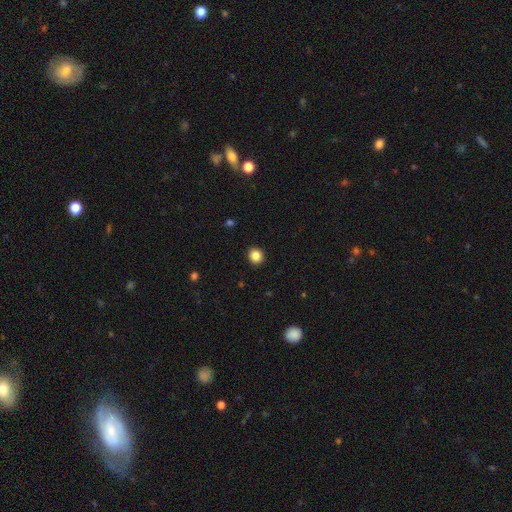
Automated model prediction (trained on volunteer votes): Smooth or featured?
  - smooth: 86% *
  - star or artifact: 11%
  - featured or disk: 4%
How rounded?
  - round: 84% *
  - in between: 15%
  - cigar-shaped: 1%
Merging?
  - none: 92% *
  - minor disturbance: 5%
  - major disturbance: 2%
  - merger: 1%